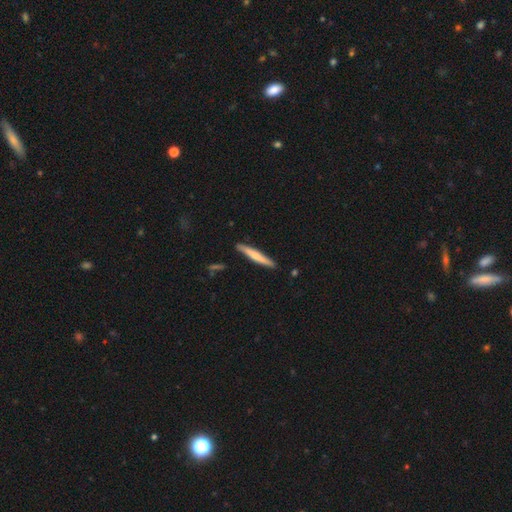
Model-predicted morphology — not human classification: smooth_or_featured: smooth (p=0.56) [alt: featured or disk p=0.39]
how_rounded: cigar-shaped (p=0.94) [alt: in between p=0.04]
merging: none (p=0.88) [alt: minor disturbance p=0.09]